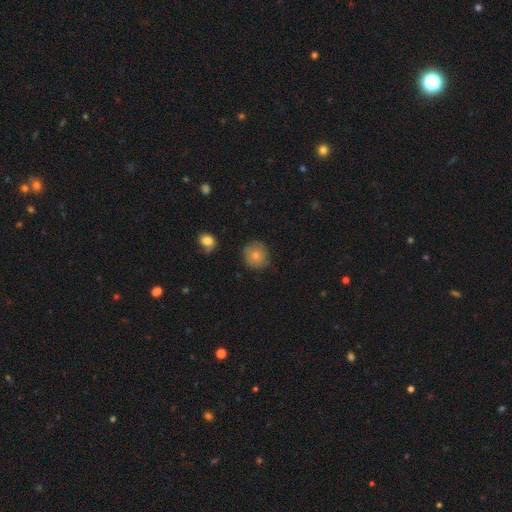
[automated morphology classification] Smooth or featured: smooth — 73% (featured or disk — 19%)
How rounded: round — 87% (in between — 12%)
Merging: none — 75% (minor disturbance — 19%)